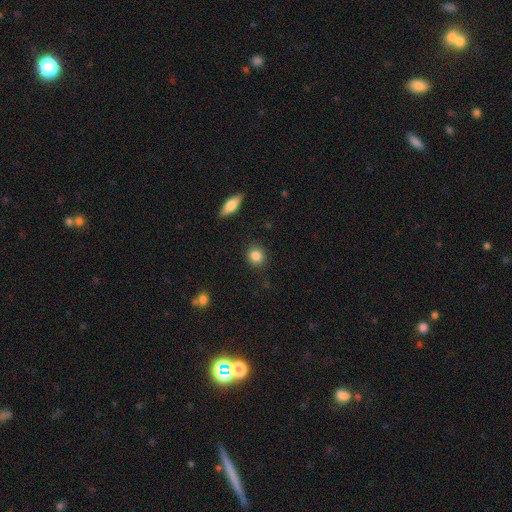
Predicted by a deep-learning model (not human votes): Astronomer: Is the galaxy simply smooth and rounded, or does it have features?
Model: smooth — 86%.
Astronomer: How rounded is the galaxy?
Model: round — 83%.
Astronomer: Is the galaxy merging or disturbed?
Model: none — 89%.